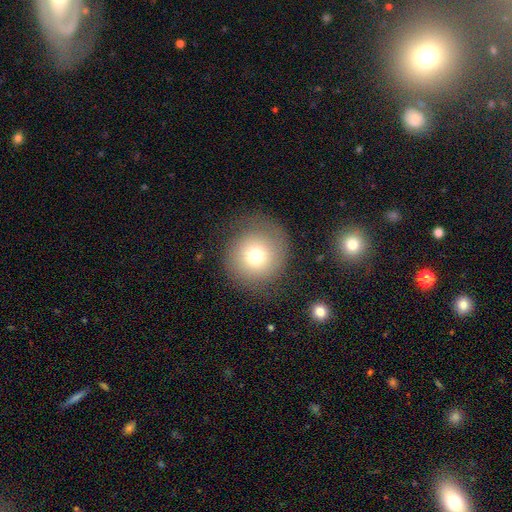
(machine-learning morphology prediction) Smooth or featured: smooth — 70% (featured or disk — 17%)
How rounded: round — 92% (in between — 7%)
Merging: none — 76% (minor disturbance — 14%)